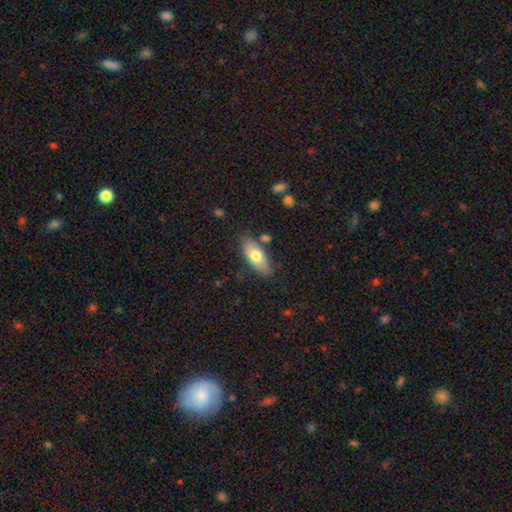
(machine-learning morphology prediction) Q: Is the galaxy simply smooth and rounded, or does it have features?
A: smooth — 71%.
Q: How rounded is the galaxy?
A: in between — 80%.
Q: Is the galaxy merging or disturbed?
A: none — 79%.